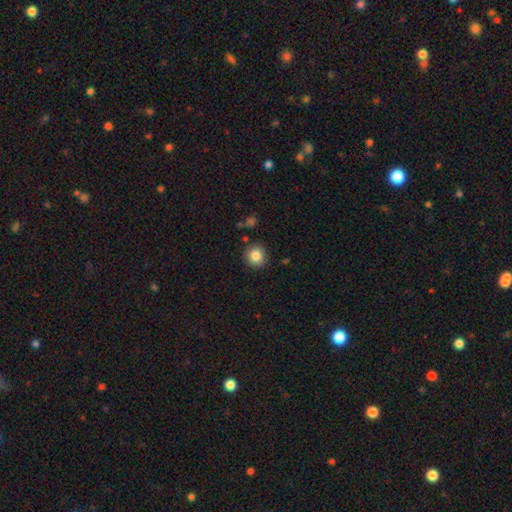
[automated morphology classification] Q: Smooth or featured?
A: smooth (84%); runner-up: star or artifact (10%)
Q: How rounded?
A: round (92%); runner-up: in between (7%)
Q: Merging?
A: none (88%); runner-up: minor disturbance (7%)